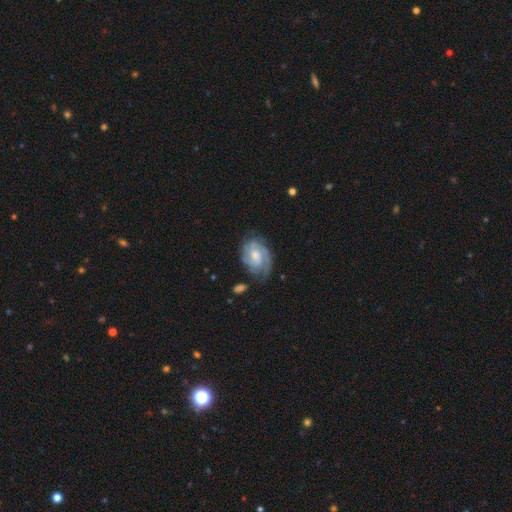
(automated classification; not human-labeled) Overall: featured or disk (85%). Edge-on disk: no (97%). Bar: no (56%; weak 37%). Spiral arms: yes (97%). Spiral arm count: 2 (58%). Spiral winding: tight (60%; medium 33%). Bulge size: moderate (53%; small 34%). Merging: none (68%).